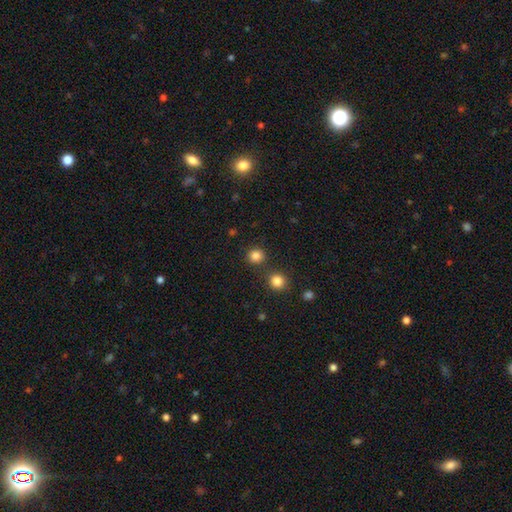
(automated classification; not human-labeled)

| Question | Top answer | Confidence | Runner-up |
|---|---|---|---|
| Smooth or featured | smooth | 84% | star or artifact (13%) |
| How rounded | round | 89% | in between (10%) |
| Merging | none | 83% | merger (8%) |